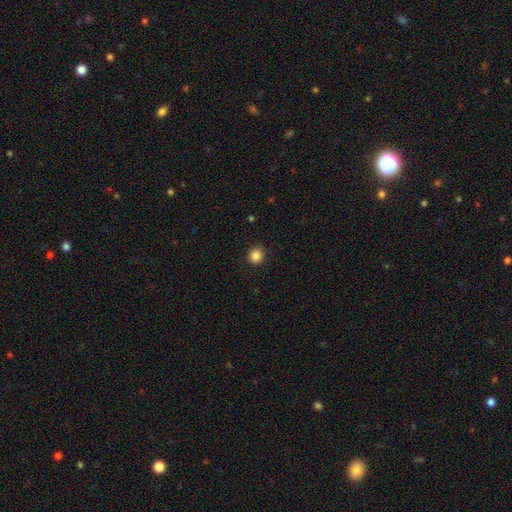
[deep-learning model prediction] Morphology: type=smooth (87%); roundness=round (88%); merging=none (91%).